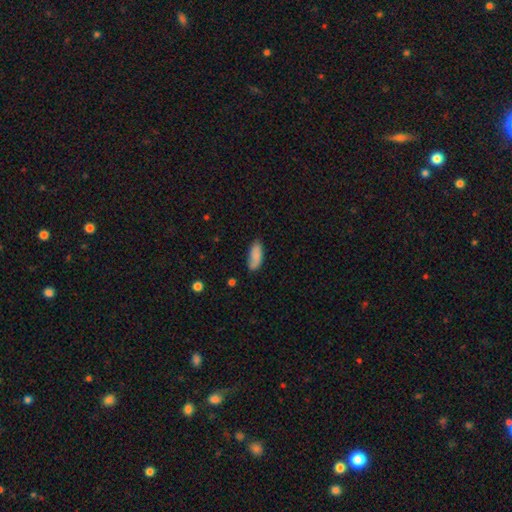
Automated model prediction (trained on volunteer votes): smooth_or_featured: smooth (p=0.82) [alt: featured or disk p=0.11]
how_rounded: in between (p=0.83) [alt: cigar-shaped p=0.15]
merging: none (p=0.71) [alt: minor disturbance p=0.22]